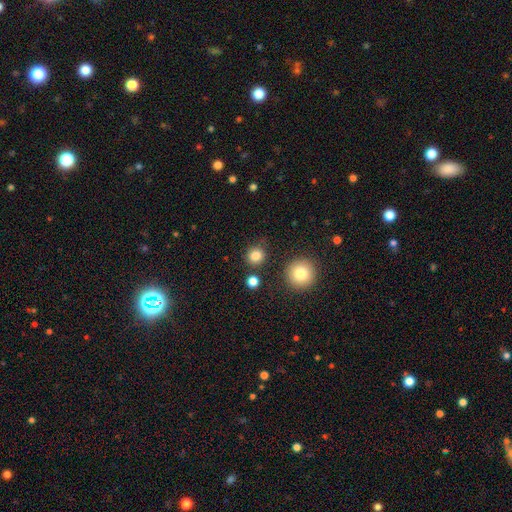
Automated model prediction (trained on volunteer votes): Smooth or featured? Predicted: smooth (p=0.82). How rounded? Predicted: round (p=0.90). Merging? Predicted: none (p=0.85).